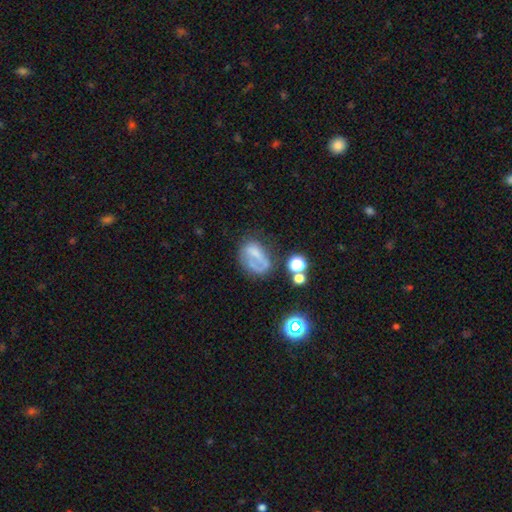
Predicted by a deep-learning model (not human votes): Q: Smooth or featured?
A: smooth (43%); runner-up: featured or disk (41%)
Q: Merging?
A: none (38%); runner-up: major disturbance (29%)